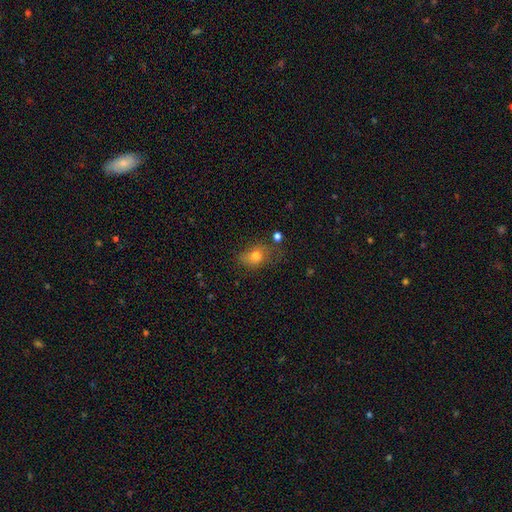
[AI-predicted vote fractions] smooth 75%, featured or disk 13%, star or artifact 12%. Down the decision tree: how rounded — in between (59%); merging — none (55%).